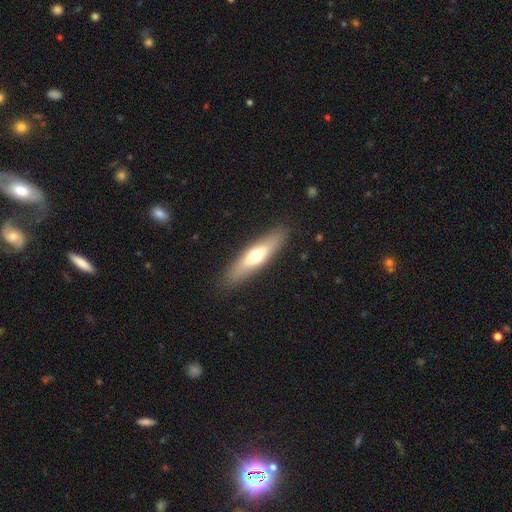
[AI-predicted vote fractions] Smooth or featured: smooth — 56% (featured or disk — 38%)
How rounded: cigar-shaped — 68% (in between — 31%)
Merging: none — 88% (minor disturbance — 9%)